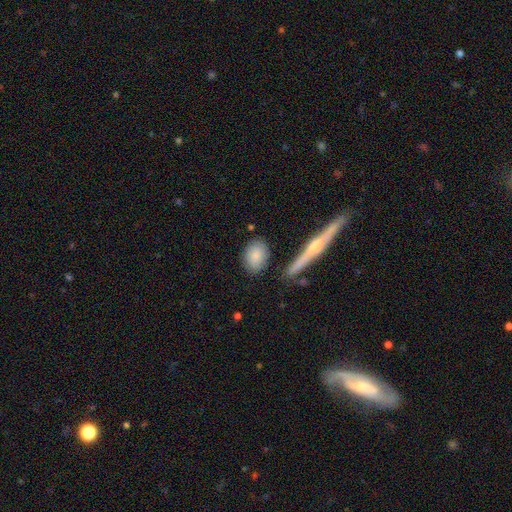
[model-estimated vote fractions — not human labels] The model was most divided on "how rounded": in between: 70%, round: 25%, cigar-shaped: 5%. More confident: smooth or featured — smooth (85%); merging — none (80%).